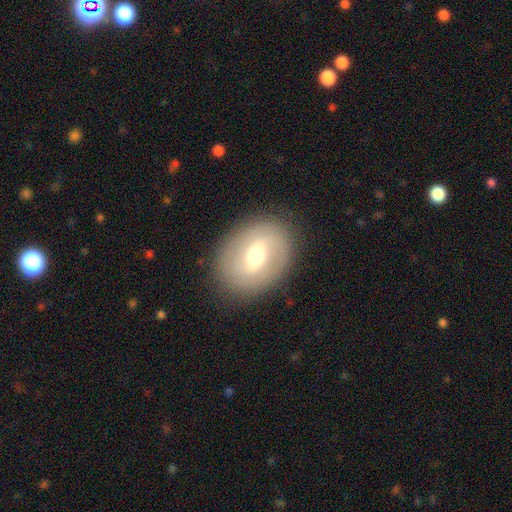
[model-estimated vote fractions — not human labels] This is possibly a featured or disk galaxy (56%). It is clearly not viewed edge-on (93%). Bar: possibly weak (51%). Spiral arm pattern: possibly yes (54%). Central bulge: likely moderate (70%). Merging: clearly none (85%).